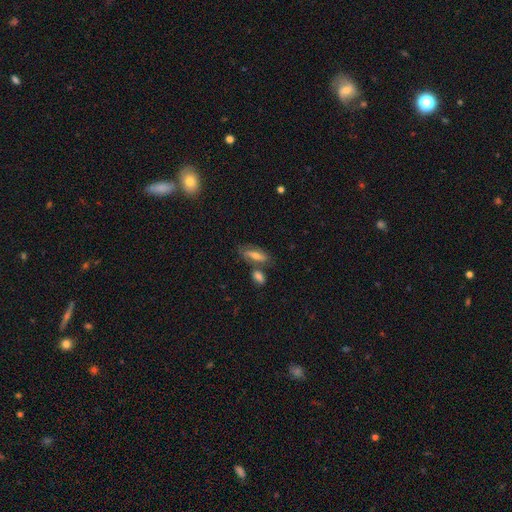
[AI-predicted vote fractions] Smooth or featured: smooth — 50% (featured or disk — 42%)
How rounded: in between — 70% (cigar-shaped — 26%)
Merging: none — 60% (merger — 19%)